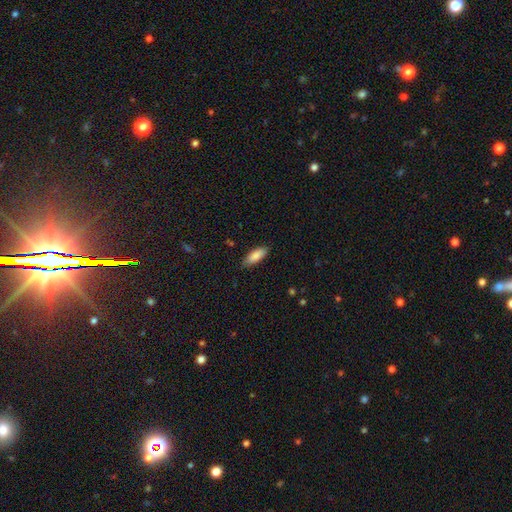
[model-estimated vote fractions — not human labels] Q: Smooth or featured?
A: smooth (86%); runner-up: featured or disk (8%)
Q: How rounded?
A: in between (72%); runner-up: cigar-shaped (26%)
Q: Merging?
A: none (84%); runner-up: minor disturbance (13%)